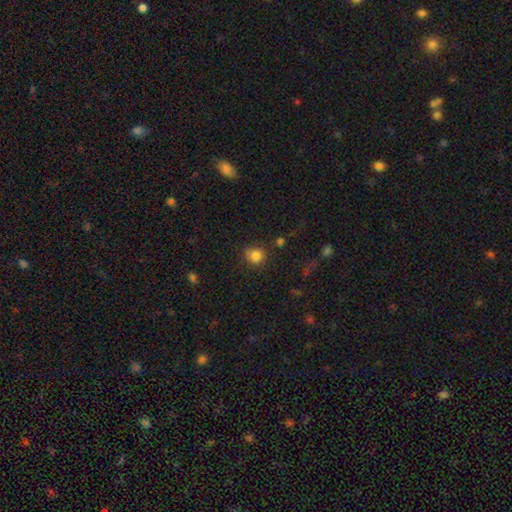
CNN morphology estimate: Q: Smooth or featured?
A: smooth (84%); runner-up: star or artifact (12%)
Q: How rounded?
A: round (80%); runner-up: in between (19%)
Q: Merging?
A: none (78%); runner-up: minor disturbance (14%)